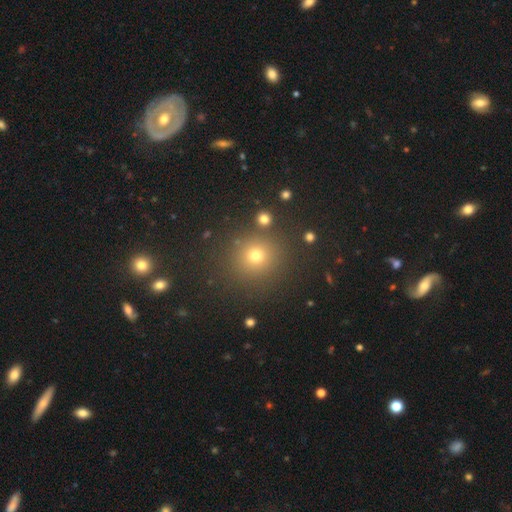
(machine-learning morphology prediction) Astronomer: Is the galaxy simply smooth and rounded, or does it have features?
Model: smooth — 68%.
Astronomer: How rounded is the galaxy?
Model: round — 92%.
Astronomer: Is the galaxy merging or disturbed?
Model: none — 88%.